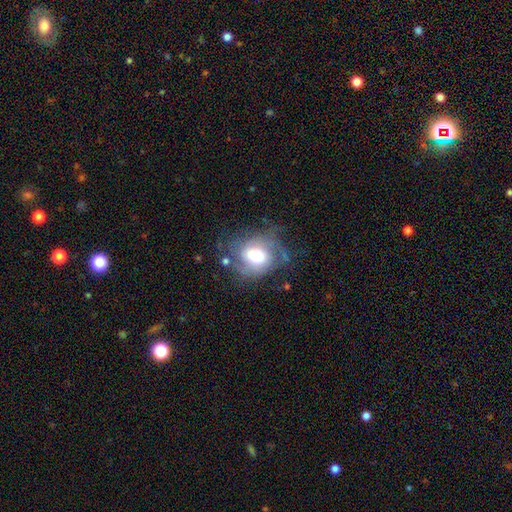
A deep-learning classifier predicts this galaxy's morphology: Smooth or featured: featured or disk — 52% (smooth — 39%)
Edge-on disk: no — 96% (yes — 4%)
Bar: no — 48% (weak — 39%)
Spiral arms: yes — 75% (no — 25%)
Bulge size: moderate — 48% (large — 37%)
Merging: none — 53% (minor disturbance — 25%)